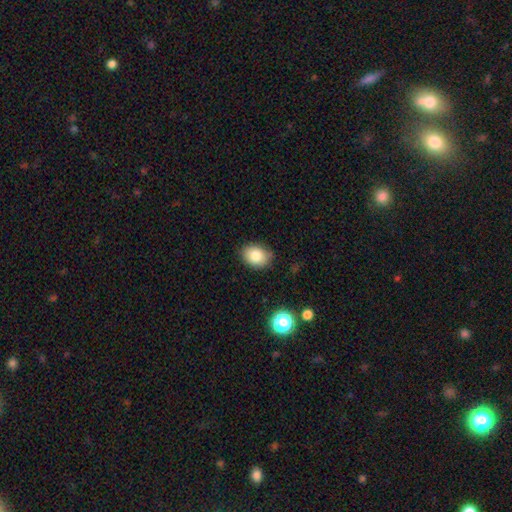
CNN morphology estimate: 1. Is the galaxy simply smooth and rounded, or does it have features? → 83% smooth, 9% star or artifact, 8% featured or disk.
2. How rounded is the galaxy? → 67% in between, 32% round, 1% cigar-shaped.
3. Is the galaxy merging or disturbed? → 81% none, 15% minor disturbance, 3% major disturbance, 2% merger.